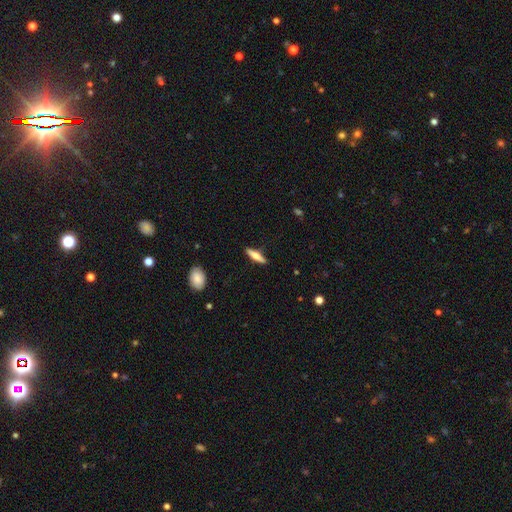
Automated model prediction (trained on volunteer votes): Smooth or featured: featured or disk — 47% (tied with smooth — 47%)
Merging: none — 88% (minor disturbance — 9%)